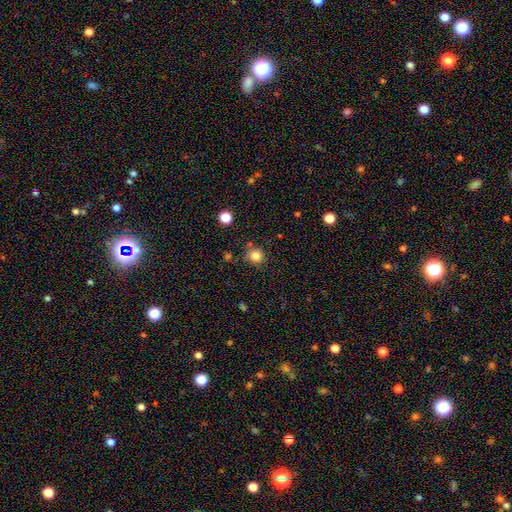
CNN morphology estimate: Smooth or featured? smooth (82%)
How rounded? round (90%)
Merging? none (79%)